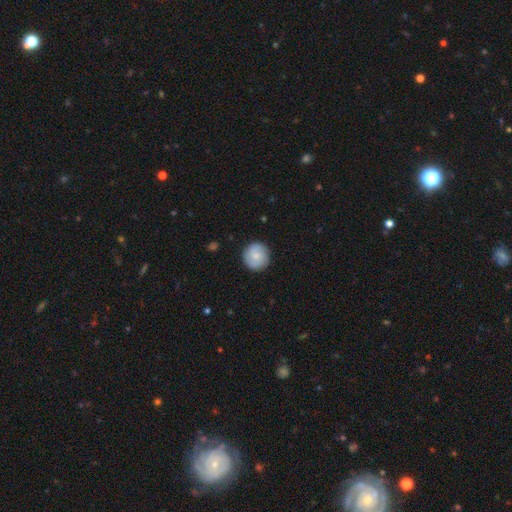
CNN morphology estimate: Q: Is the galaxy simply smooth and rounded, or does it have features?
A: smooth — 66%.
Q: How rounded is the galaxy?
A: round — 93%.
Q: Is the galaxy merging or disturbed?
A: none — 88%.